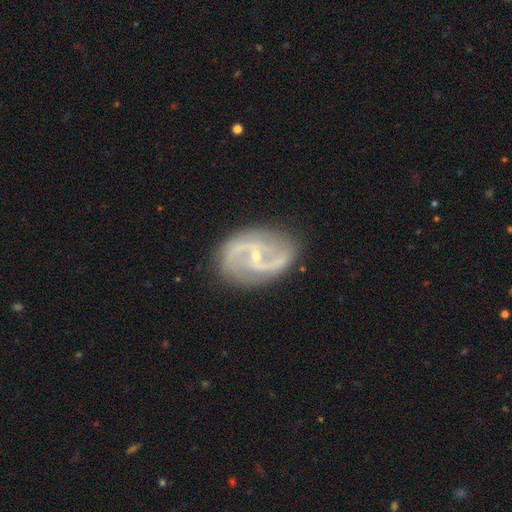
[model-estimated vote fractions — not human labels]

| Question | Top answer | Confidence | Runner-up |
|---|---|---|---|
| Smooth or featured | featured or disk | 89% | star or artifact (5%) |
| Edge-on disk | no | 97% | yes (3%) |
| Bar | weak | 44% | no (34%) |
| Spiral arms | yes | 96% | no (4%) |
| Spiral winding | medium | 49% | loose (35%) |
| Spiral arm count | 2 | 89% | can't tell (4%) |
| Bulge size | small | 78% | moderate (18%) |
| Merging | none | 79% | minor disturbance (14%) |